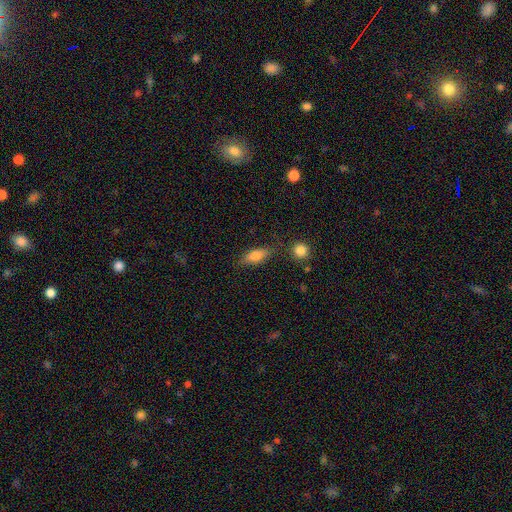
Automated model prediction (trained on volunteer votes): smooth_or_featured: smooth (p=0.72) [alt: featured or disk p=0.20]
how_rounded: in between (p=0.70) [alt: cigar-shaped p=0.25]
merging: none (p=0.74) [alt: minor disturbance p=0.16]